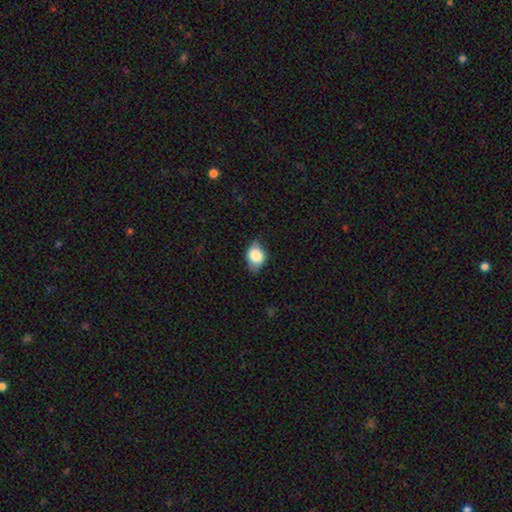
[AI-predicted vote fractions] Smooth or featured: smooth — 78% (featured or disk — 14%)
How rounded: in between — 73% (round — 26%)
Merging: none — 68% (minor disturbance — 25%)